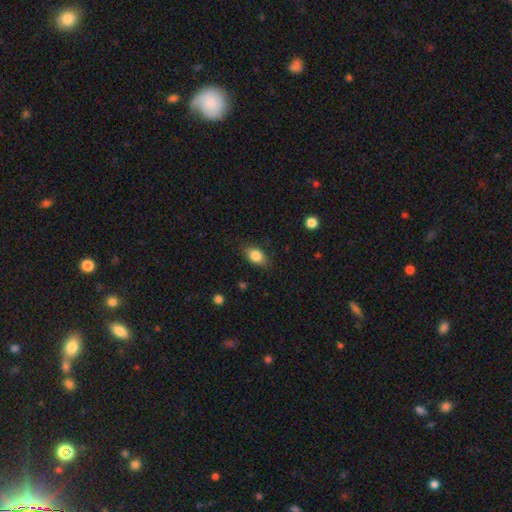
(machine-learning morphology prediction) The model was most divided on "how rounded": in between: 79%, round: 18%, cigar-shaped: 3%. More confident: smooth or featured — smooth (83%); merging — none (81%).